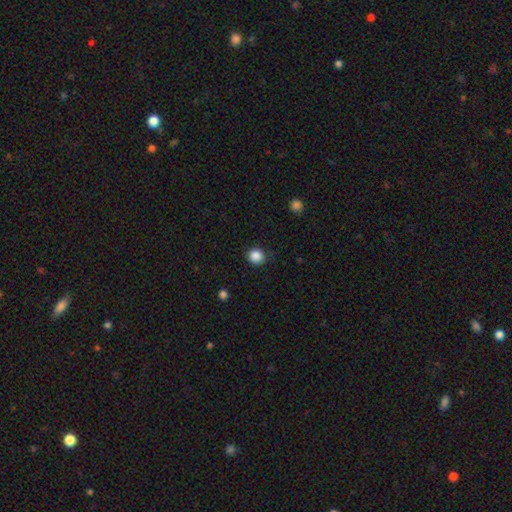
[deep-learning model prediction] Smooth or featured?
  - smooth: 87% *
  - star or artifact: 10%
  - featured or disk: 3%
How rounded?
  - round: 89% *
  - in between: 10%
  - cigar-shaped: 1%
Merging?
  - none: 86% *
  - minor disturbance: 10%
  - major disturbance: 3%
  - merger: 1%